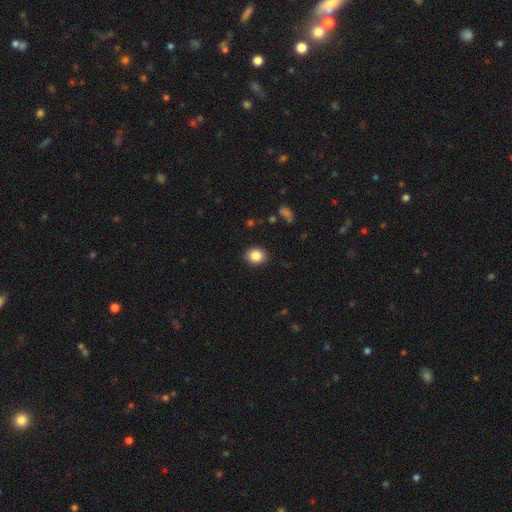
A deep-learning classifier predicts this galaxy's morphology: Smooth or featured?
  - smooth: 86% *
  - star or artifact: 9%
  - featured or disk: 5%
How rounded?
  - round: 61% *
  - in between: 38%
  - cigar-shaped: 1%
Merging?
  - none: 89% *
  - minor disturbance: 8%
  - major disturbance: 2%
  - merger: 1%